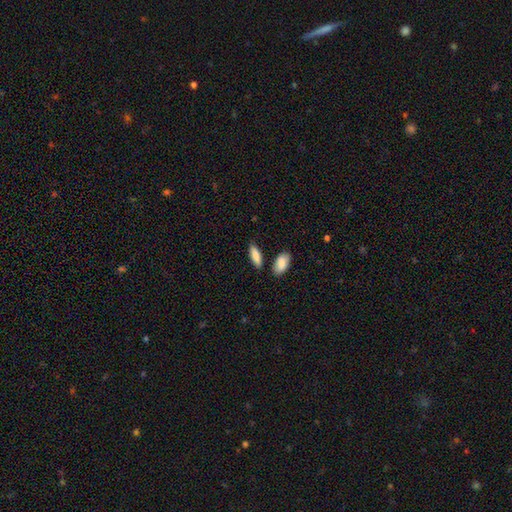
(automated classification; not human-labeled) Smooth or featured? smooth (85%)
How rounded? in between (63%)
Merging? none (79%)